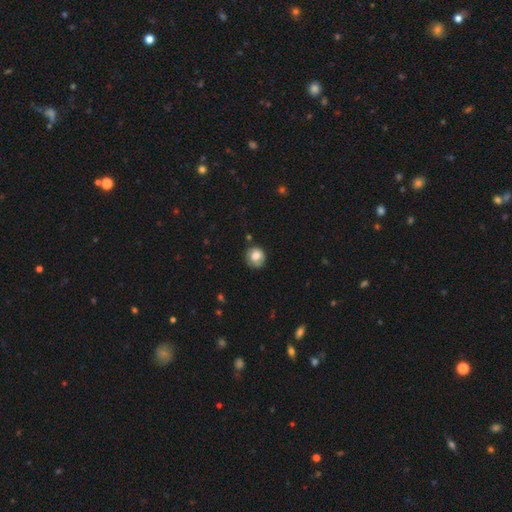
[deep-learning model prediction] smooth_or_featured: smooth (p=0.77) [alt: featured or disk p=0.14]
how_rounded: round (p=0.87) [alt: in between p=0.12]
merging: none (p=0.74) [alt: minor disturbance p=0.19]